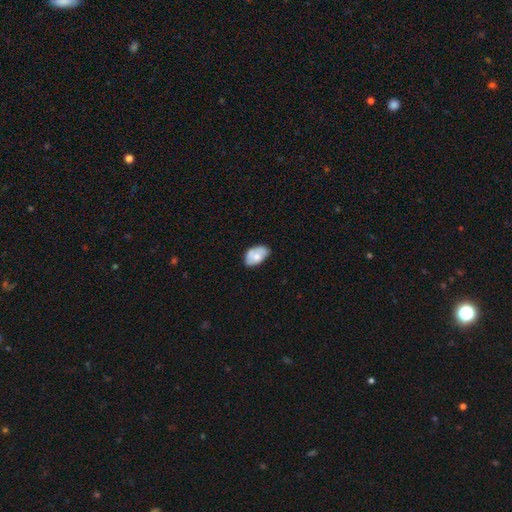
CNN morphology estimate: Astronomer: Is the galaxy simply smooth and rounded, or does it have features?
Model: smooth — 63%.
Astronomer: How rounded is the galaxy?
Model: in between — 91%.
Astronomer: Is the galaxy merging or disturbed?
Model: none — 62%.